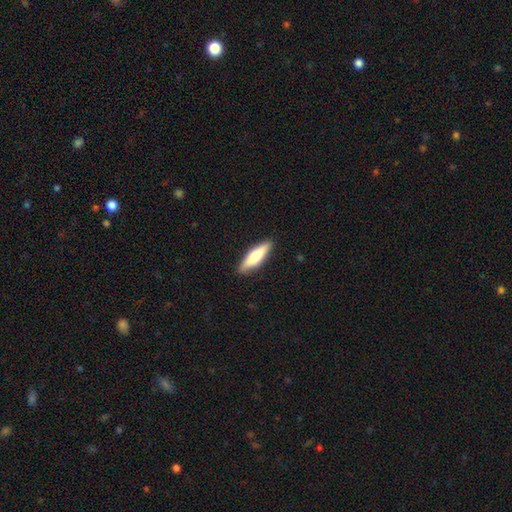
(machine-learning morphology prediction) Smooth or featured? smooth (68%)
How rounded? cigar-shaped (64%)
Merging? none (89%)